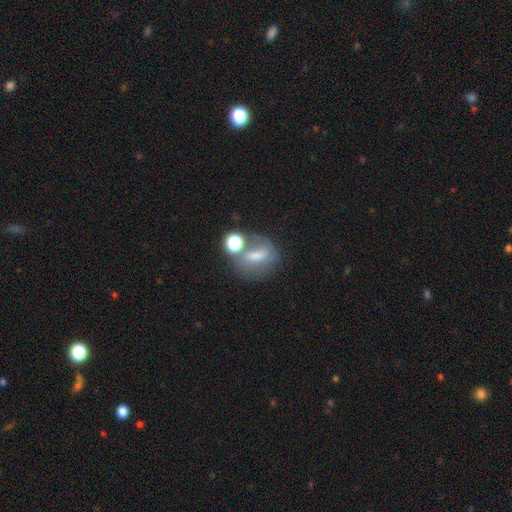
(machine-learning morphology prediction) This is possibly a smooth galaxy (49%). Merging: marginally none (41%).